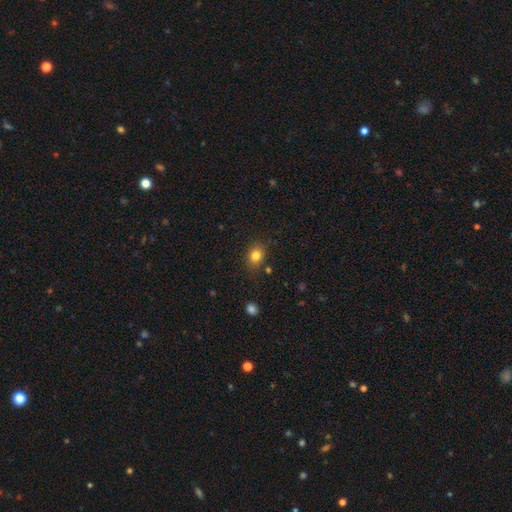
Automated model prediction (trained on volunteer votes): Smooth or featured? smooth (81%)
How rounded? in between (52%)
Merging? none (81%)